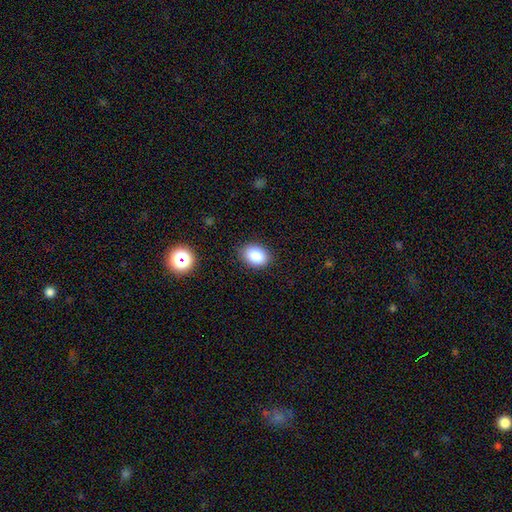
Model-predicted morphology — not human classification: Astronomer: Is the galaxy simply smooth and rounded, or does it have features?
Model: smooth — 86%.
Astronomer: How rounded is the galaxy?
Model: in between — 71%.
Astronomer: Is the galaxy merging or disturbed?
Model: none — 86%.